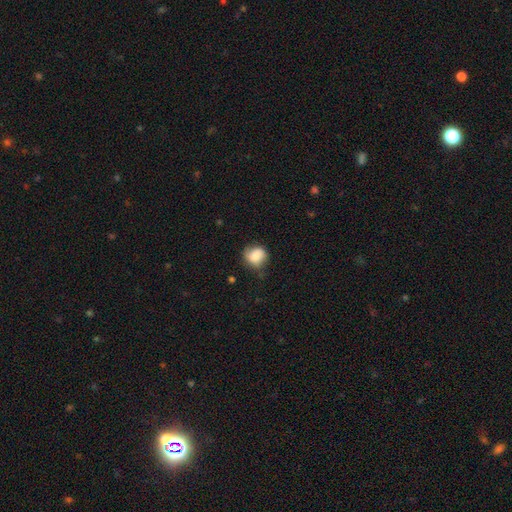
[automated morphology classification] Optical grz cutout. It shows a smooth galaxy with no disk features (78%) that is round (75%). Merging: none (63%).